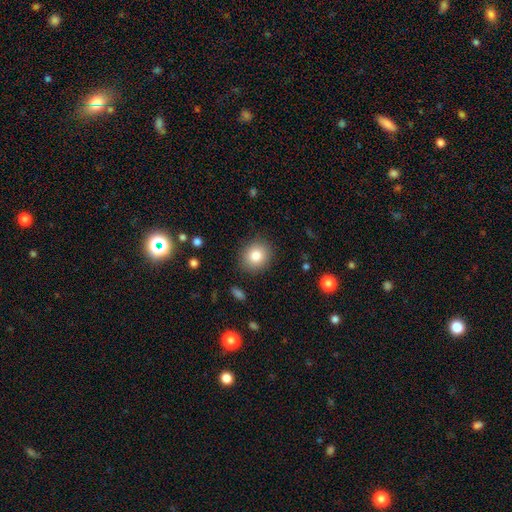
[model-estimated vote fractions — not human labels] Smooth or featured? smooth (83%)
How rounded? round (76%)
Merging? none (88%)